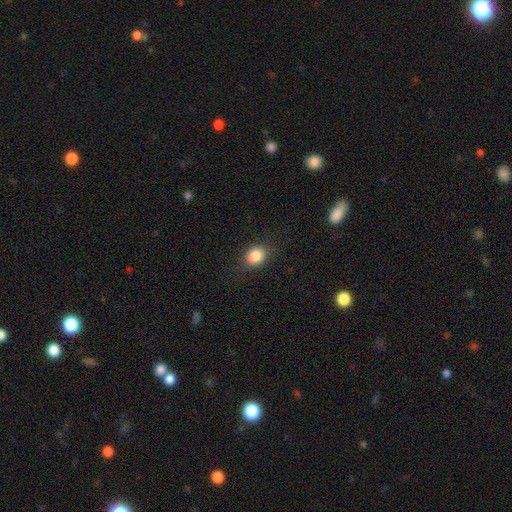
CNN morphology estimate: smooth-or-featured: smooth: 85% | star or artifact: 10% | featured or disk: 5%
  how-rounded: round: 58% | in between: 41% | cigar-shaped: 1%
  merging: none: 82% | minor disturbance: 12% | major disturbance: 4% | merger: 1%